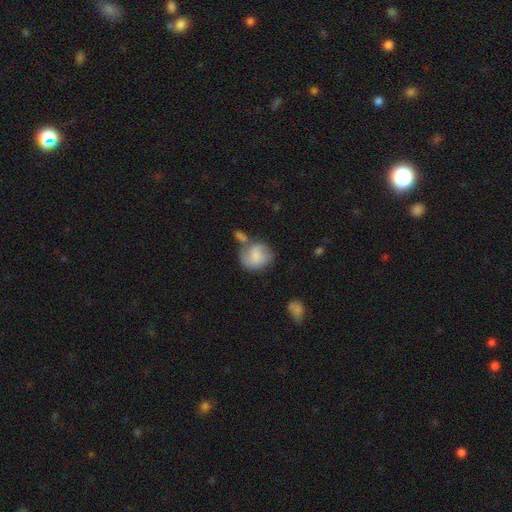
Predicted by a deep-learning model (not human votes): Q: Smooth or featured?
A: smooth (60%); runner-up: featured or disk (32%)
Q: How rounded?
A: round (73%); runner-up: in between (26%)
Q: Merging?
A: none (38%); runner-up: merger (27%)